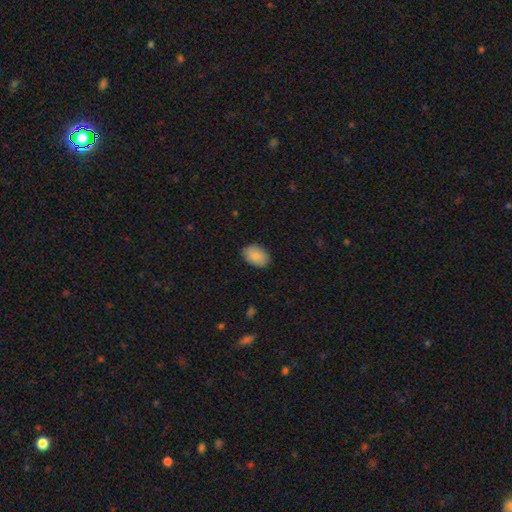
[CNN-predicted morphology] Smooth or featured: smooth — 88% (star or artifact — 6%)
How rounded: in between — 86% (round — 13%)
Merging: none — 85% (minor disturbance — 12%)